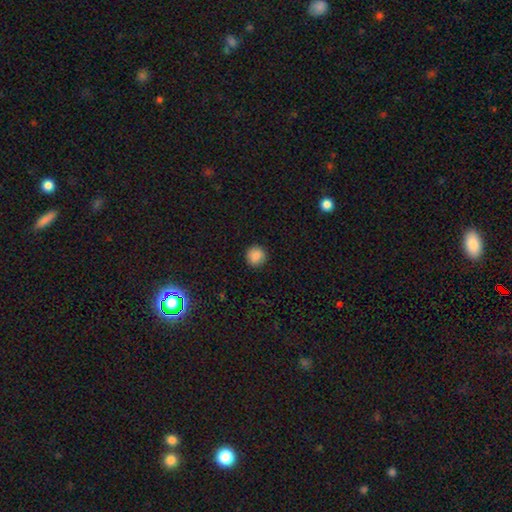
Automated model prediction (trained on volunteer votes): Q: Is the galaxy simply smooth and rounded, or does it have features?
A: smooth — 87%.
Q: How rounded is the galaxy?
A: round — 93%.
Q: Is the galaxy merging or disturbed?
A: none — 91%.